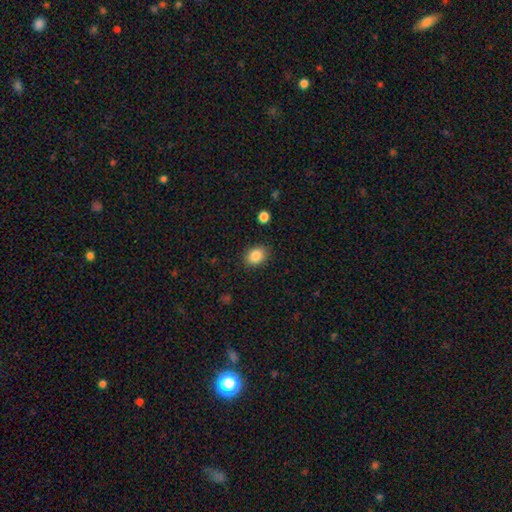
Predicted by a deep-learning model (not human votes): Smooth or featured? smooth (86%)
How rounded? in between (64%)
Merging? none (87%)